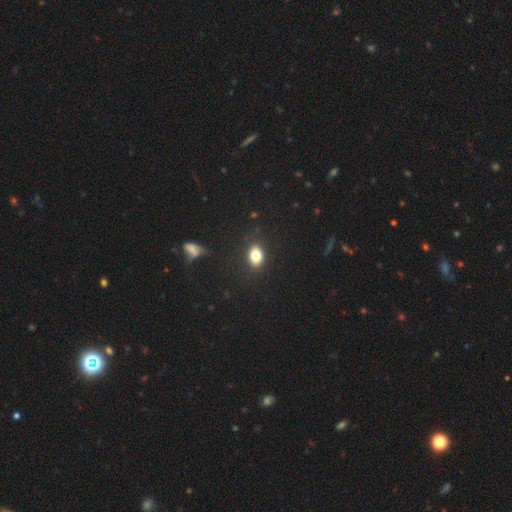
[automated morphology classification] This appears to be a smooth galaxy with no disk features (82%) that is in between round and cigar-shaped (77%). Merging: none (86%).